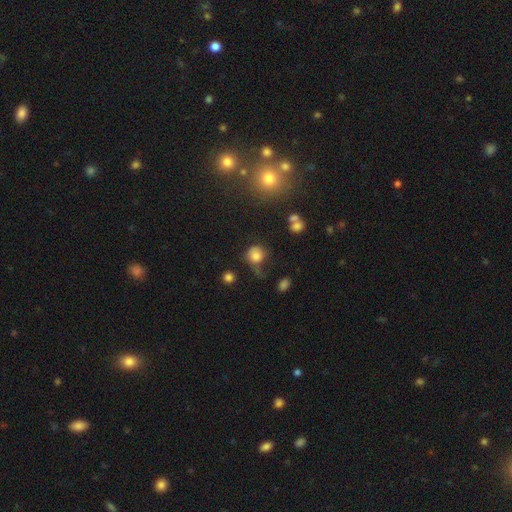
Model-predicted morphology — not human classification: Smooth or featured: smooth — 76% (star or artifact — 12%)
How rounded: round — 80% (in between — 19%)
Merging: none — 41% (minor disturbance — 27%)